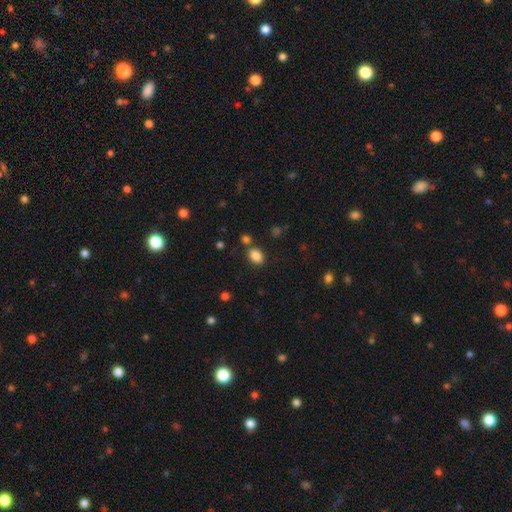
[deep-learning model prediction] Smooth or featured: smooth — 85% (star or artifact — 10%)
How rounded: in between — 79% (round — 19%)
Merging: none — 75% (minor disturbance — 12%)